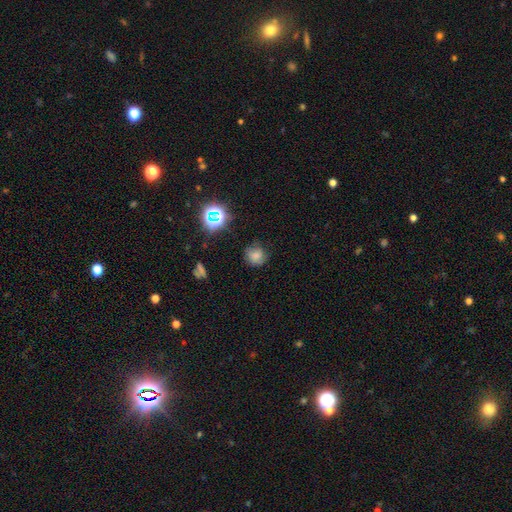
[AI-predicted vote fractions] Smooth or featured? Predicted: smooth (p=0.69). How rounded? Predicted: round (p=0.85). Merging? Predicted: none (p=0.73).